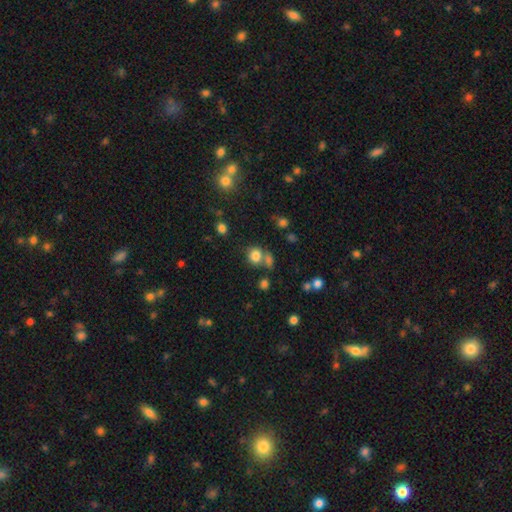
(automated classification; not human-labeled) Morphology: type=smooth (80%); roundness=round (72%); merging=none (57%).